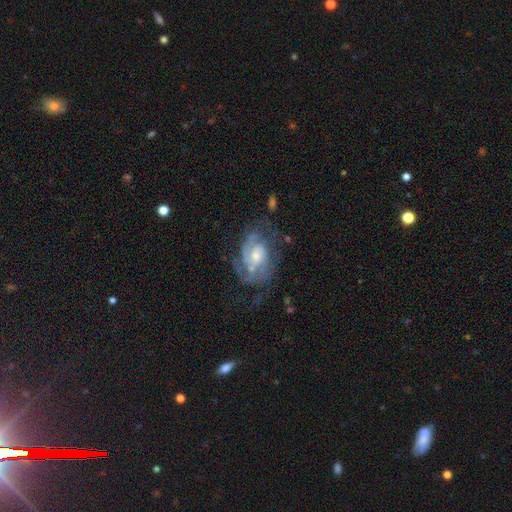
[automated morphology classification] Smooth or featured? Predicted: featured or disk (p=0.84). Edge-on disk? Predicted: no (p=0.97). Bar? Predicted: no (p=0.59). Spiral arms? Predicted: yes (p=0.93). Spiral winding? Predicted: tight (p=0.54). Spiral arm count? Predicted: 2 (p=0.42). Bulge size? Predicted: moderate (p=0.51). Merging? Predicted: none (p=0.59).